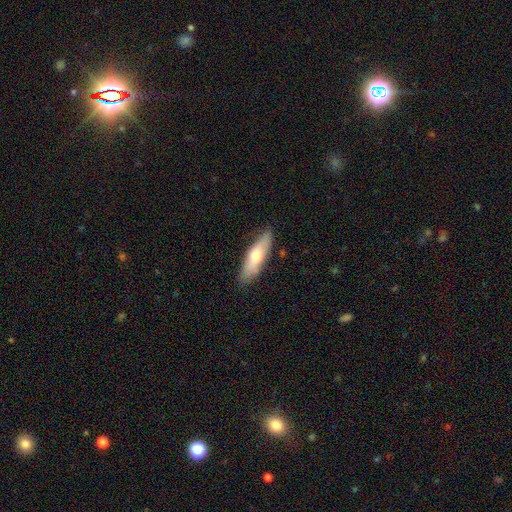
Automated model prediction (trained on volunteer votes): This is likely a smooth galaxy (62%). How rounded: possibly cigar-shaped (60%). Merging: clearly none (83%).